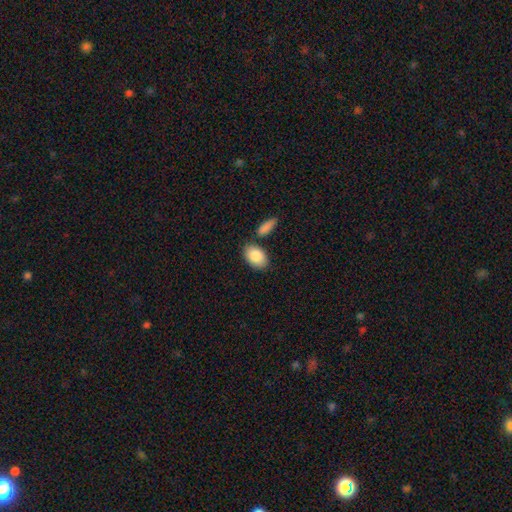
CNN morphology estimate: This appears to be a smooth galaxy with no disk features (88%) that is in between round and cigar-shaped (91%). Merging: none (73%).